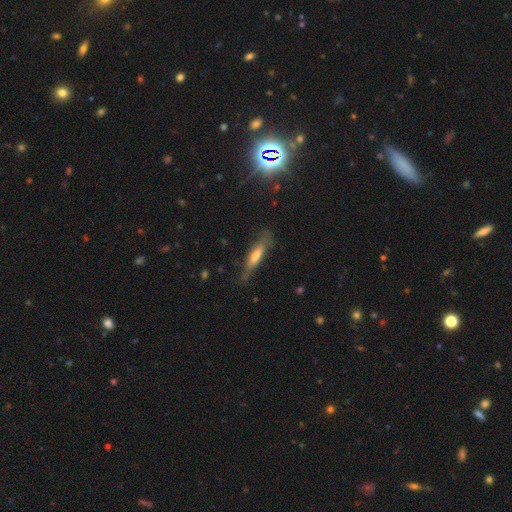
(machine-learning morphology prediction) smooth_or_featured: smooth (p=0.50) [alt: featured or disk p=0.43]
merging: none (p=0.70) [alt: minor disturbance p=0.21]